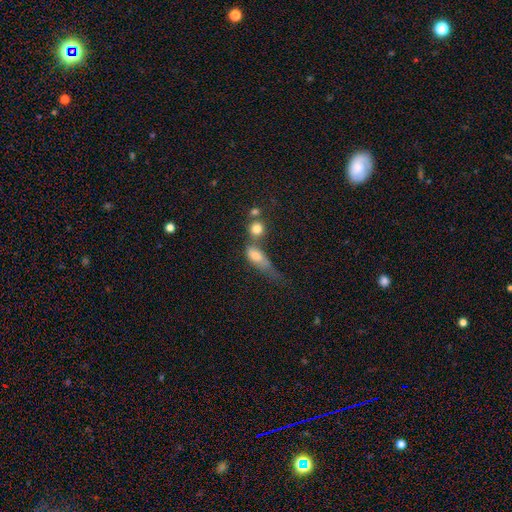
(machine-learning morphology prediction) Smooth or featured: smooth — 67% (featured or disk — 22%)
How rounded: in between — 58% (cigar-shaped — 24%)
Merging: merger — 36% (major disturbance — 25%)